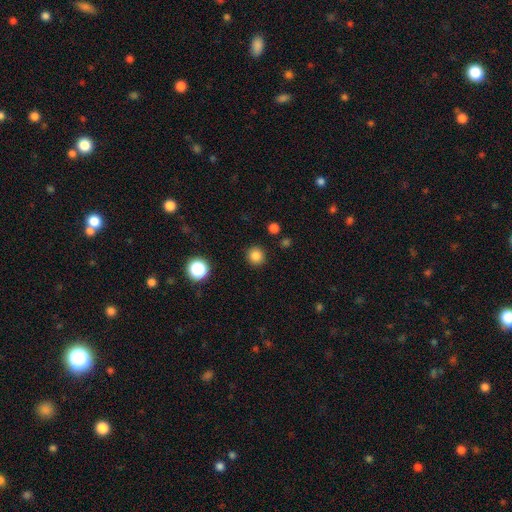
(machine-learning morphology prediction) Smooth or featured?
  - smooth: 84% *
  - star or artifact: 12%
  - featured or disk: 4%
How rounded?
  - round: 94% *
  - in between: 5%
  - cigar-shaped: 1%
Merging?
  - none: 91% *
  - minor disturbance: 5%
  - major disturbance: 2%
  - merger: 1%